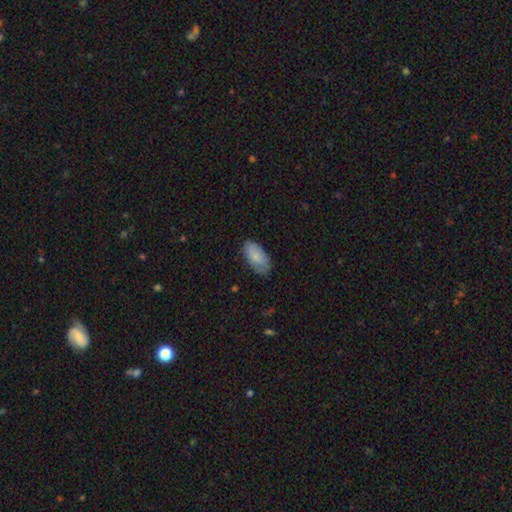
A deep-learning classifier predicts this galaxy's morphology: The model was most divided on "merging": none: 74%, minor disturbance: 21%, major disturbance: 4%, merger: 1%. More confident: how rounded — in between (94%); smooth or featured — smooth (82%).